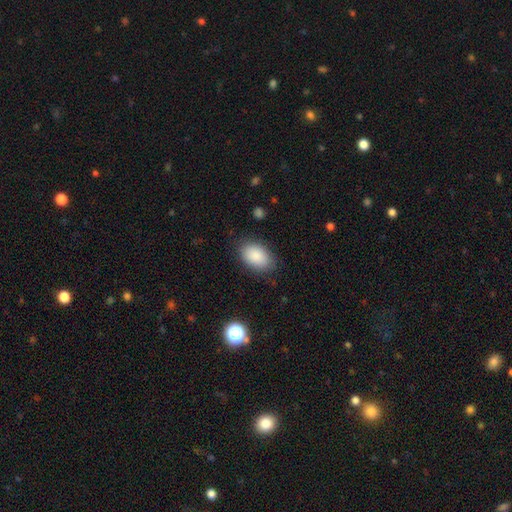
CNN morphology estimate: Smooth or featured? Predicted: smooth (p=0.88). How rounded? Predicted: in between (p=0.90). Merging? Predicted: none (p=0.83).